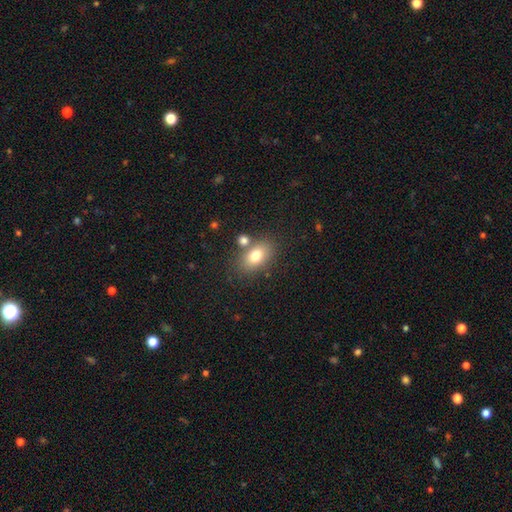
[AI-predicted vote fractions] Smooth or featured?
  - smooth: 77% *
  - featured or disk: 13%
  - star or artifact: 10%
How rounded?
  - in between: 84% *
  - round: 14%
  - cigar-shaped: 2%
Merging?
  - none: 69% *
  - merger: 15%
  - minor disturbance: 12%
  - major disturbance: 4%